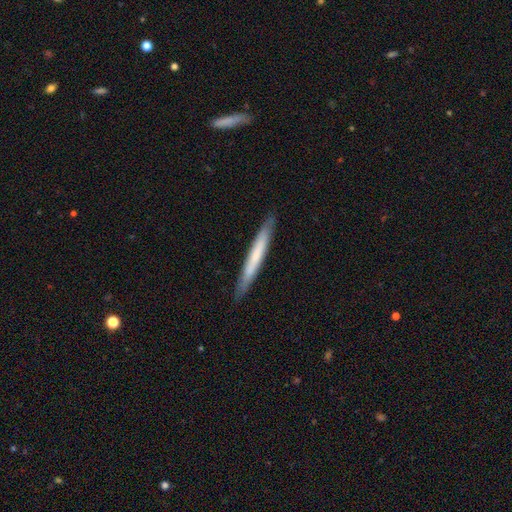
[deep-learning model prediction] Q: Smooth or featured?
A: smooth (60%); runner-up: featured or disk (35%)
Q: How rounded?
A: cigar-shaped (97%); runner-up: in between (2%)
Q: Merging?
A: none (89%); runner-up: minor disturbance (8%)